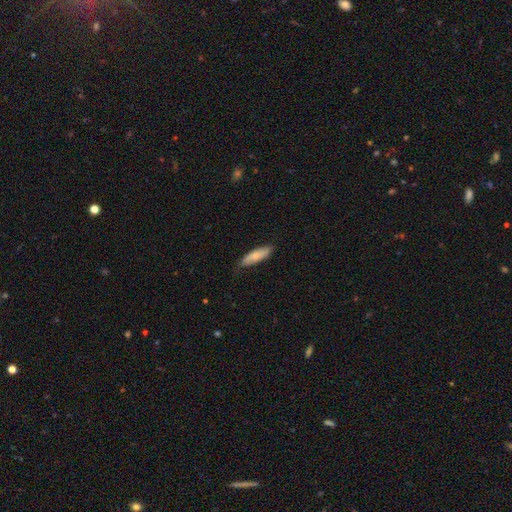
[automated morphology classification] Smooth or featured? Predicted: smooth (p=0.70). How rounded? Predicted: cigar-shaped (p=0.50). Merging? Predicted: none (p=0.75).